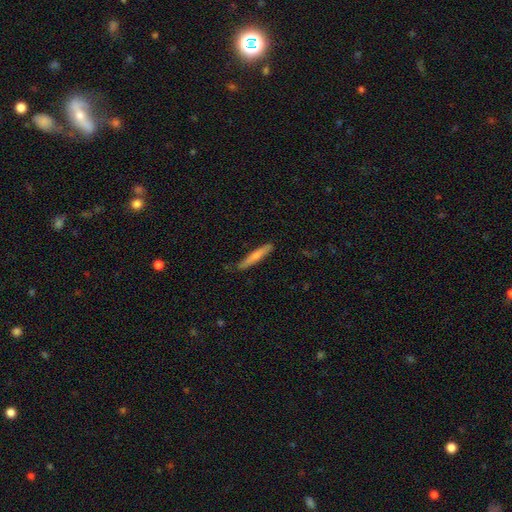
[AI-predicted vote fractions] A smooth galaxy with no disk features (68%) that is cigar-shaped (93%).

Vote fractions:
- Smooth or featured? smooth: 68% / featured or disk: 26% / star or artifact: 5%
- How rounded? cigar-shaped: 93% / in between: 6% / round: 1%
- Merging? none: 82% / minor disturbance: 14% / major disturbance: 2% / merger: 1%